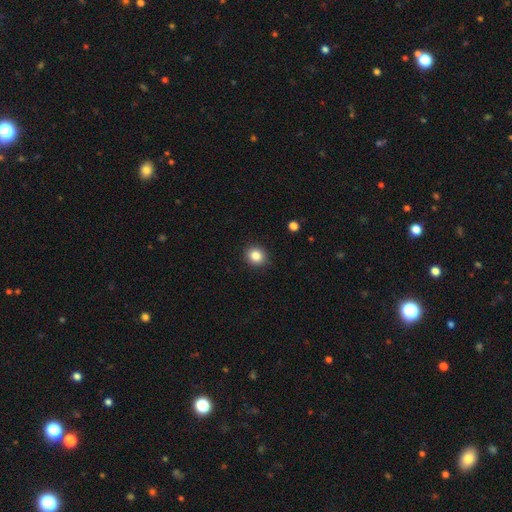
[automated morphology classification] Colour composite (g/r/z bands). It shows a smooth galaxy with no disk features (84%) that is round (85%). Merging: none (91%).